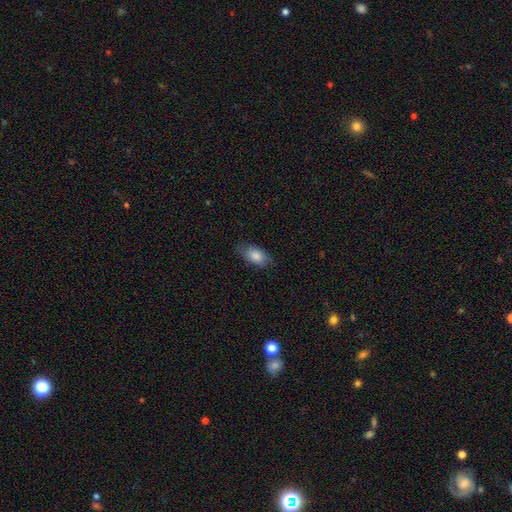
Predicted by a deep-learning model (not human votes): This appears to be a smooth galaxy with no disk features (83%) that is in between round and cigar-shaped (91%). Merging: none (77%).